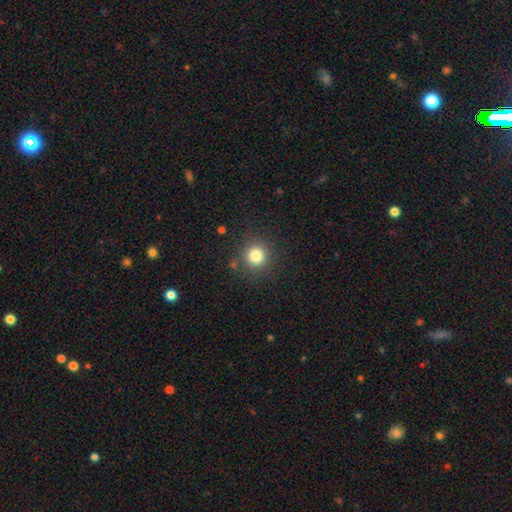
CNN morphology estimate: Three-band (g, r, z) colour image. It shows a smooth galaxy with no disk features (81%) that is round (93%). Merging: none (86%).